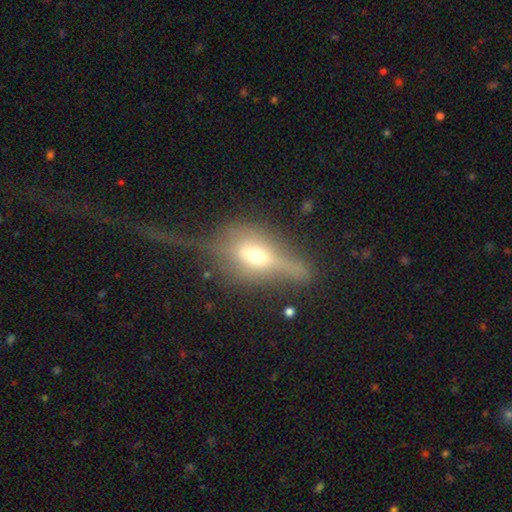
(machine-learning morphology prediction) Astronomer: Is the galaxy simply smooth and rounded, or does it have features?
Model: featured or disk — 47% (runner-up: smooth, 42%).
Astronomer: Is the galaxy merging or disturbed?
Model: major disturbance — 40% (runner-up: none, 31%).